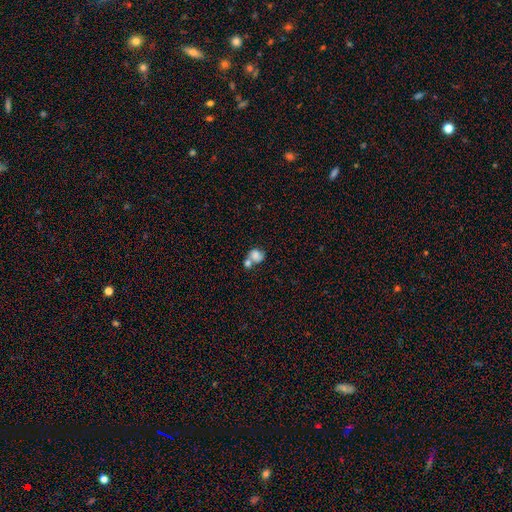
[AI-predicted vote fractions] smooth-or-featured: smooth: 60% | featured or disk: 30% | star or artifact: 10%
  how-rounded: round: 60% | in between: 38% | cigar-shaped: 1%
  merging: merger: 52% | none: 28% | minor disturbance: 12% | major disturbance: 8%